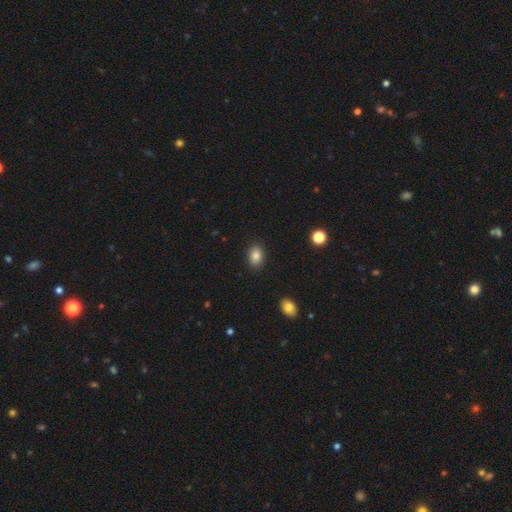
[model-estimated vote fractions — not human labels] Smooth or featured? Predicted: smooth (p=0.86). How rounded? Predicted: in between (p=0.77). Merging? Predicted: none (p=0.88).